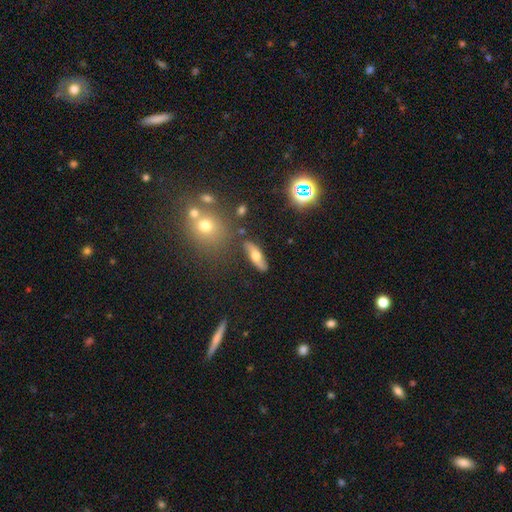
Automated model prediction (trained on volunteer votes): smooth-or-featured: smooth: 50% | featured or disk: 42% | star or artifact: 9%
  merging: none: 82% | minor disturbance: 11% | merger: 4% | major disturbance: 3%